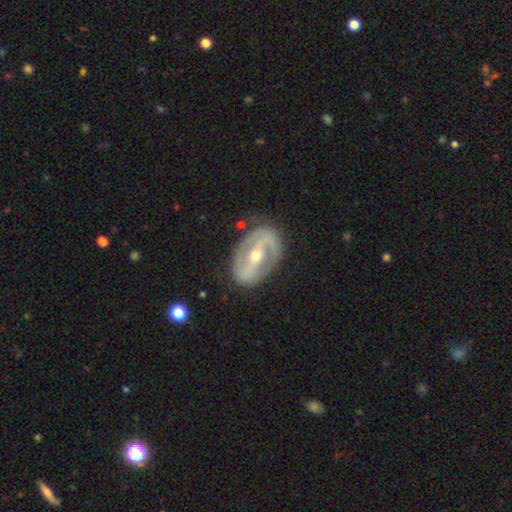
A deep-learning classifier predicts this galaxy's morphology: smooth_or_featured: featured or disk (p=0.84) [alt: smooth p=0.11]
disk_edge_on: no (p=0.95) [alt: yes p=0.05]
bar: strong (p=0.56) [alt: weak p=0.27]
has_spiral_arms: yes (p=0.79) [alt: no p=0.21]
spiral_winding: medium (p=0.42) [alt: tight p=0.40]
spiral_arm_count: 2 (p=0.84) [alt: can't tell p=0.09]
bulge_size: small (p=0.50) [alt: moderate p=0.47]
merging: none (p=0.79) [alt: minor disturbance p=0.14]